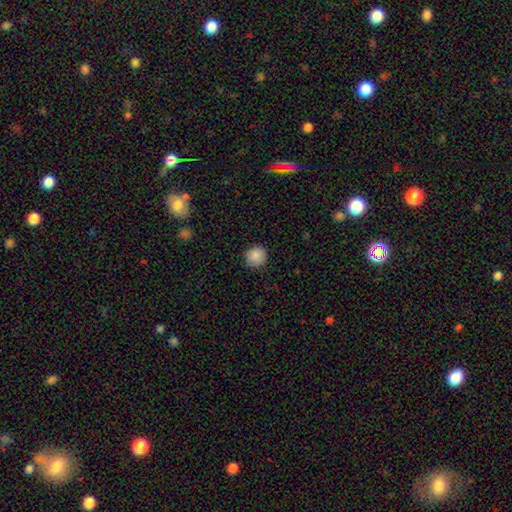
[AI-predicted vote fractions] Smooth or featured? smooth (88%)
How rounded? round (93%)
Merging? none (90%)